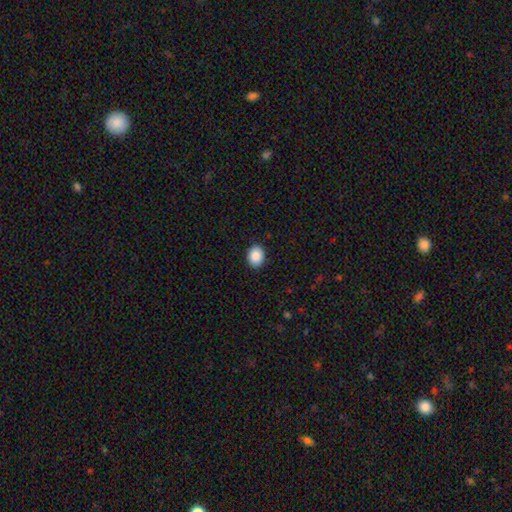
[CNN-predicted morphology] type=smooth (90%); roundness=in between (57%); merging=none (90%).